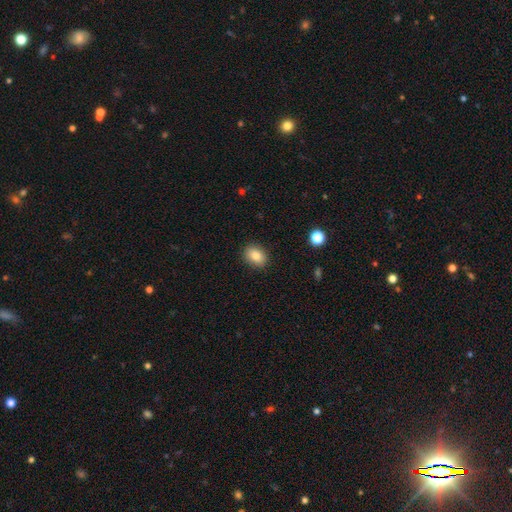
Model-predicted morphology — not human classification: This is clearly a smooth galaxy (84%). How rounded: likely in between (67%). Merging: clearly none (88%).